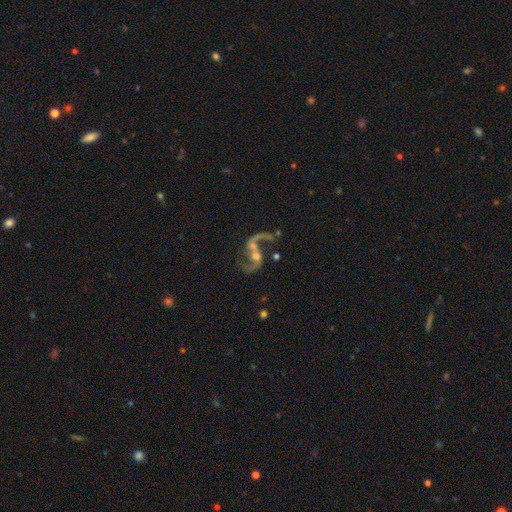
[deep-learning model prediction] Overall: featured or disk (87%). Edge-on disk: no (97%). Bar: no (45%; weak 37%). Spiral arms: yes (93%). Spiral arm count: 2 (87%). Spiral winding: loose (81%). Bulge size: moderate (48%; small 38%). Merging: none (49%; merger 20%).